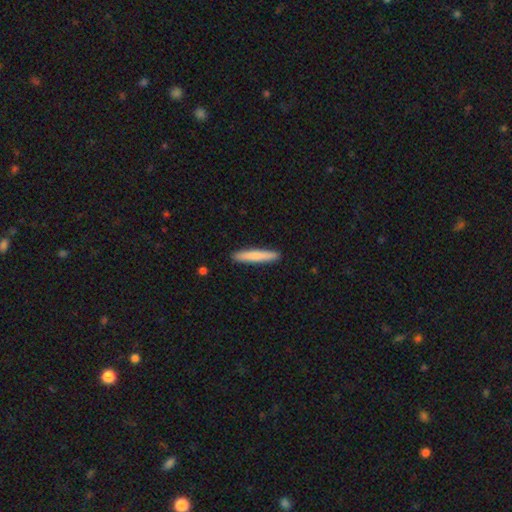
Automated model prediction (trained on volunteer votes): The model was most divided on "smooth or featured": smooth: 79%, featured or disk: 16%, star or artifact: 5%. More confident: how rounded — cigar-shaped (94%); merging — none (92%).